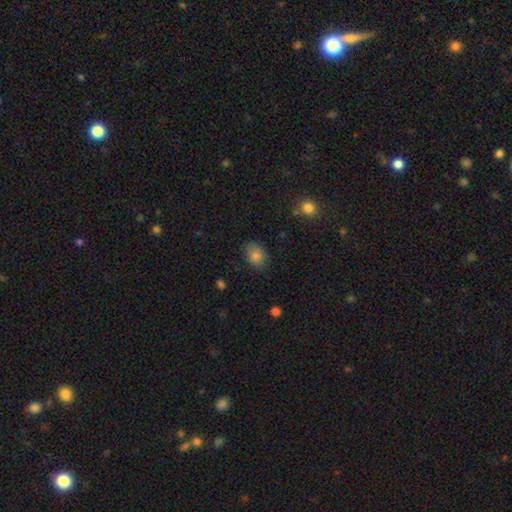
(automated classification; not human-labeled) A smooth galaxy with no disk features (83%) that is in between round and cigar-shaped (67%). Merging: none (75%).